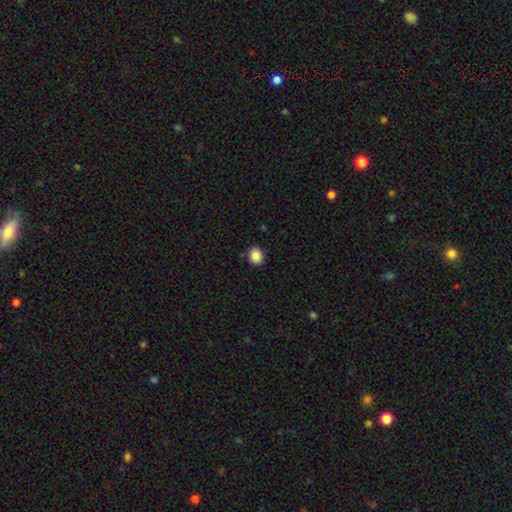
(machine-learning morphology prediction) Smooth or featured: smooth — 87% (star or artifact — 9%)
How rounded: round — 63% (in between — 36%)
Merging: none — 88% (minor disturbance — 9%)